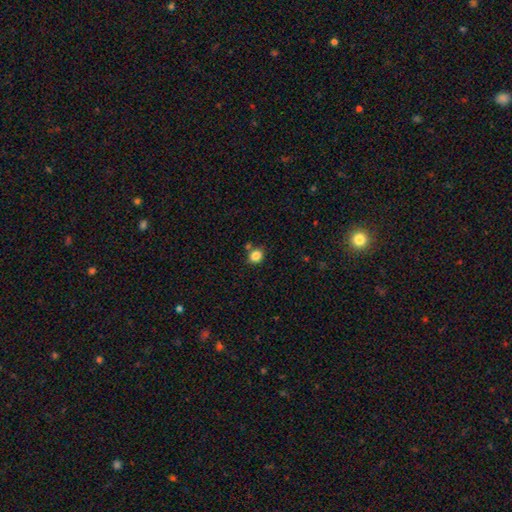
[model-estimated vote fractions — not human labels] Smooth or featured? smooth (85%)
How rounded? round (72%)
Merging? none (75%)